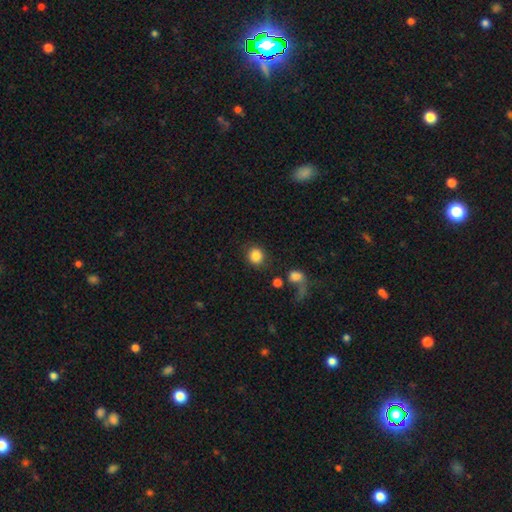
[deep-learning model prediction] smooth 85%, star or artifact 9%, featured or disk 6%. Down the decision tree: how rounded — round (80%); merging — none (73%).